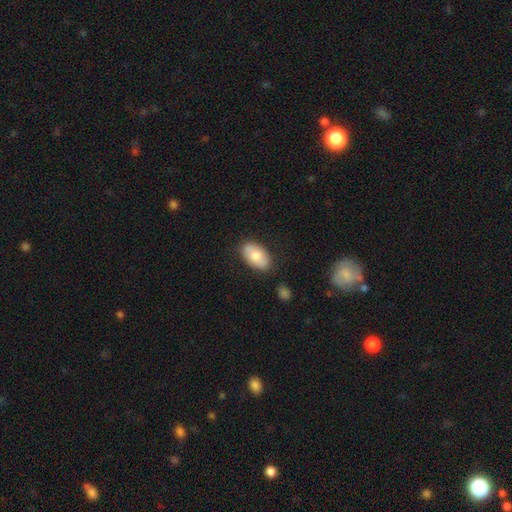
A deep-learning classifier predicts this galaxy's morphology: Smooth or featured? Predicted: smooth (p=0.78). How rounded? Predicted: in between (p=0.94). Merging? Predicted: none (p=0.80).